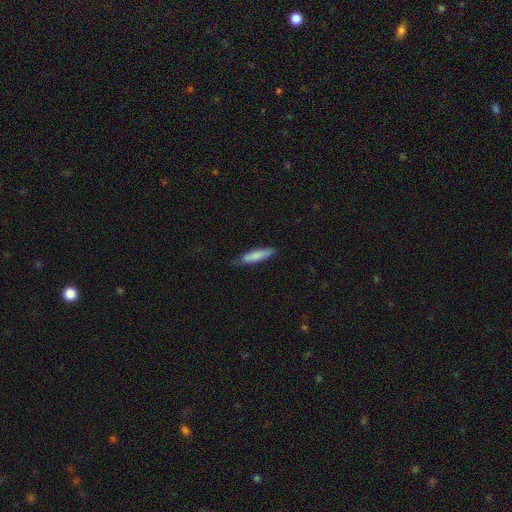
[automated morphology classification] Smooth or featured?
  - smooth: 80% *
  - featured or disk: 15%
  - star or artifact: 5%
How rounded?
  - cigar-shaped: 77% *
  - in between: 21%
  - round: 1%
Merging?
  - none: 77% *
  - minor disturbance: 19%
  - major disturbance: 3%
  - merger: 1%